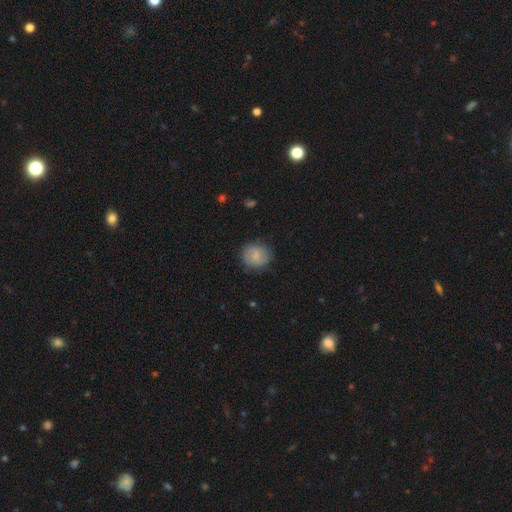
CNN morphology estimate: Q: Smooth or featured?
A: smooth (77%); runner-up: featured or disk (15%)
Q: How rounded?
A: round (85%); runner-up: in between (14%)
Q: Merging?
A: none (84%); runner-up: minor disturbance (12%)